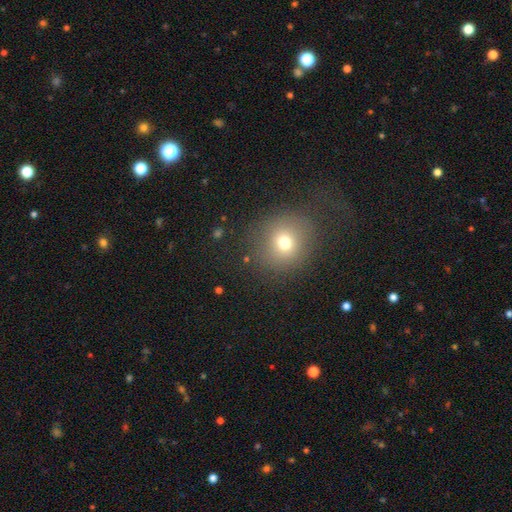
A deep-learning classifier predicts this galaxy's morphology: Smooth or featured: smooth — 64% (star or artifact — 26%)
How rounded: round — 85% (in between — 14%)
Merging: none — 76% (minor disturbance — 14%)